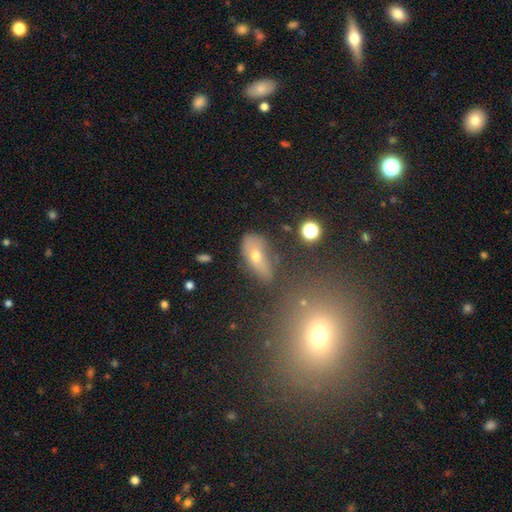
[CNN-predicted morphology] Q: Smooth or featured?
A: smooth (57%); runner-up: featured or disk (29%)
Q: How rounded?
A: in between (79%); runner-up: round (11%)
Q: Merging?
A: none (41%); runner-up: minor disturbance (27%)